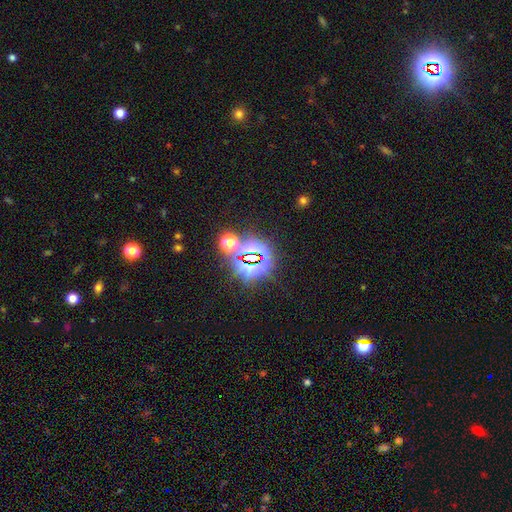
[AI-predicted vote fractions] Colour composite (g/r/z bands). It shows a star or artifact, not a galaxy (77%).